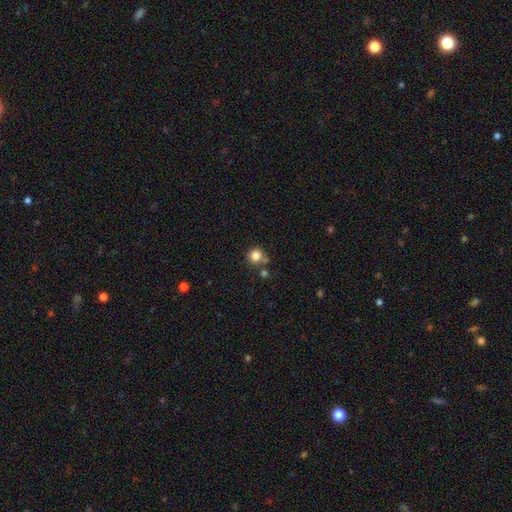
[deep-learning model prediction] smooth-or-featured: smooth: 83% | star or artifact: 11% | featured or disk: 6%
  how-rounded: round: 92% | in between: 7% | cigar-shaped: 1%
  merging: none: 69% | merger: 17% | minor disturbance: 11% | major disturbance: 4%